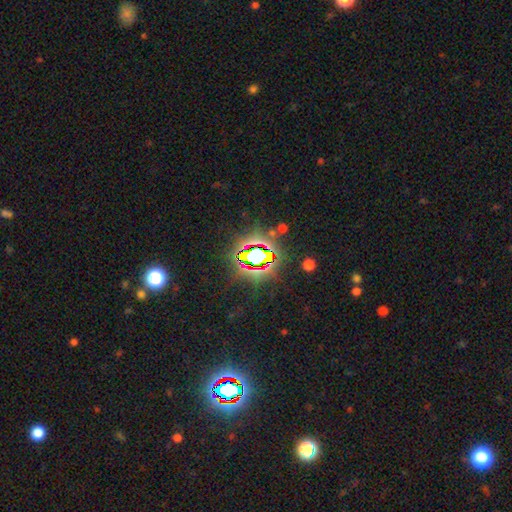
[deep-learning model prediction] Smooth or featured: star or artifact — 76% (smooth — 13%)